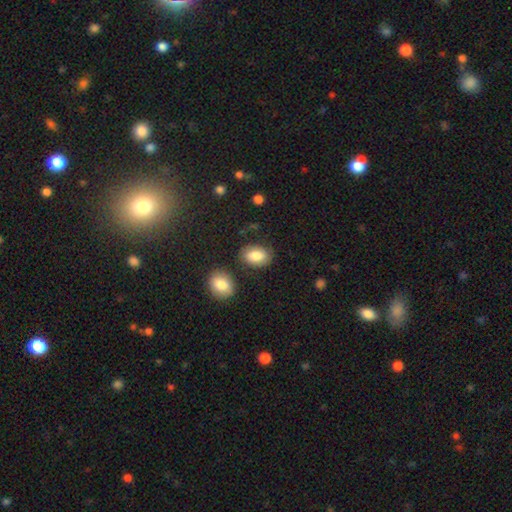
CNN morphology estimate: The model was most divided on "merging": none: 78%, minor disturbance: 14%, merger: 5%, major disturbance: 4%. More confident: how rounded — in between (86%); smooth or featured — smooth (84%).